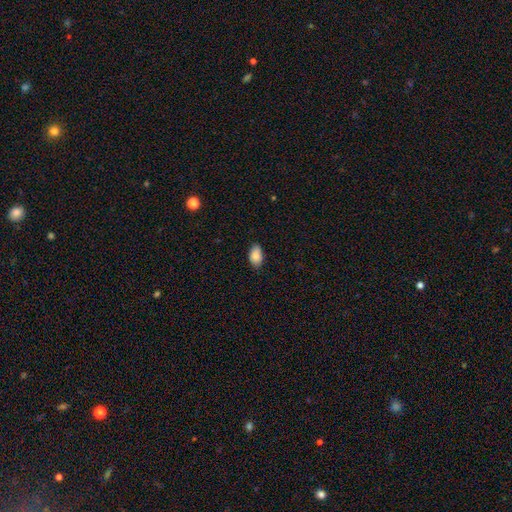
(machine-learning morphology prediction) type=smooth (87%); roundness=in between (91%); merging=none (81%).